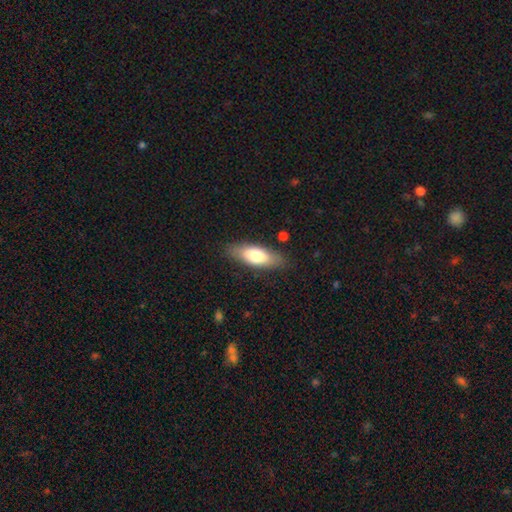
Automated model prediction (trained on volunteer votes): Morphology: type=smooth (73%); roundness=in between (70%); merging=none (83%).